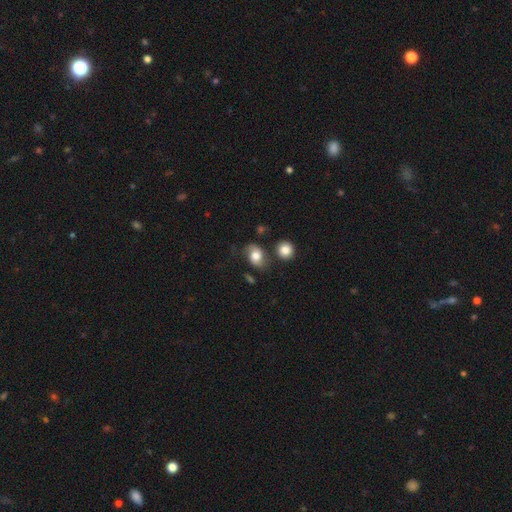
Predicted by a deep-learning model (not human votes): Smooth or featured?
  - smooth: 65% *
  - featured or disk: 27%
  - star or artifact: 8%
How rounded?
  - in between: 68% *
  - round: 30%
  - cigar-shaped: 2%
Merging?
  - none: 63% *
  - minor disturbance: 22%
  - major disturbance: 9%
  - merger: 6%